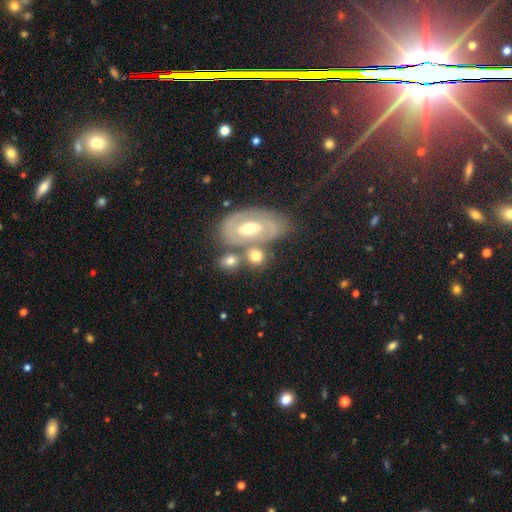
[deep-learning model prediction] smooth 51%, featured or disk 41%, star or artifact 9%. Down the decision tree: how rounded — in between (51%); merging — none (48%).